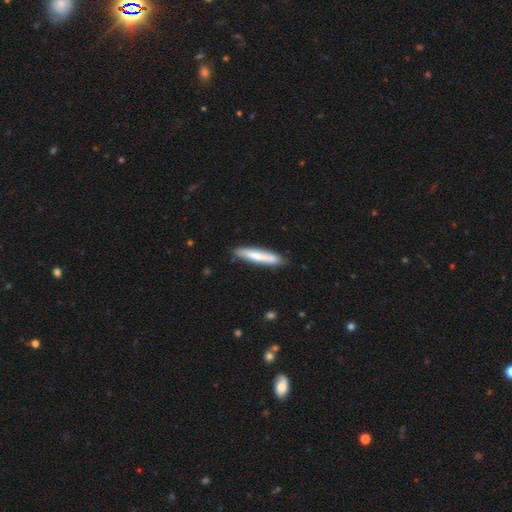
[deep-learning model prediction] This appears to be a smooth galaxy with no disk features (64%) that is cigar-shaped (91%). Merging: none (85%).